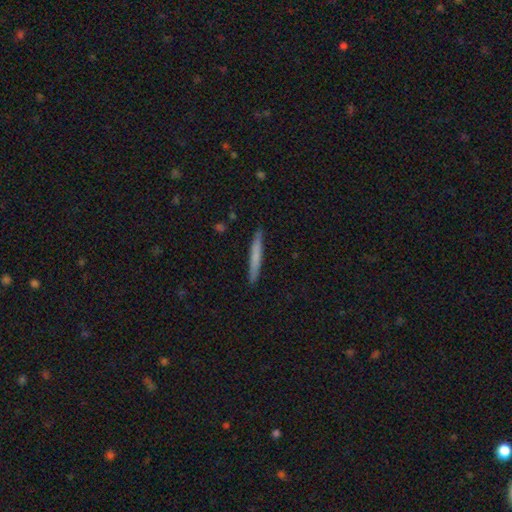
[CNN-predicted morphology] Smooth or featured?
  - smooth: 66% *
  - featured or disk: 28%
  - star or artifact: 6%
How rounded?
  - cigar-shaped: 96% *
  - in between: 2%
  - round: 1%
Merging?
  - none: 90% *
  - minor disturbance: 7%
  - major disturbance: 1%
  - merger: 1%